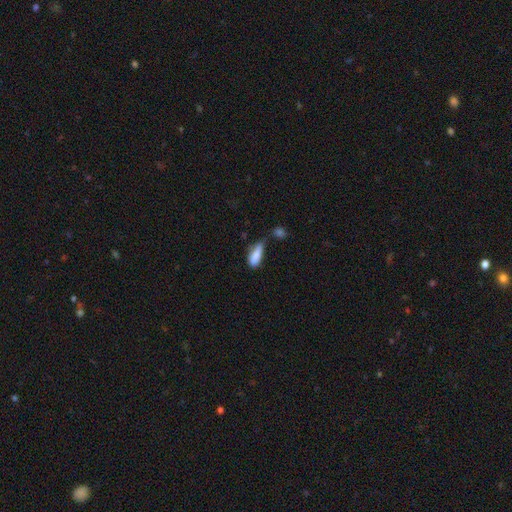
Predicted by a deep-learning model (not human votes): smooth-or-featured: smooth: 83% | featured or disk: 10% | star or artifact: 8%
  how-rounded: in between: 63% | cigar-shaped: 35% | round: 2%
  merging: minor disturbance: 37% (tied) | none: 37% (tied) | major disturbance: 14% | merger: 13%